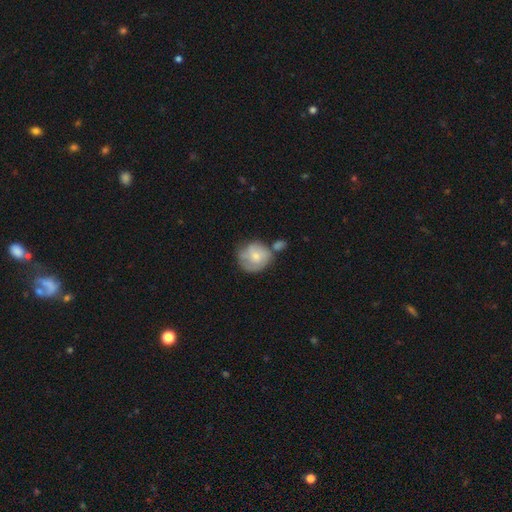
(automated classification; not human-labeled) Smooth or featured? Predicted: smooth (p=0.53). How rounded? Predicted: round (p=0.82). Merging? Predicted: none (p=0.45).